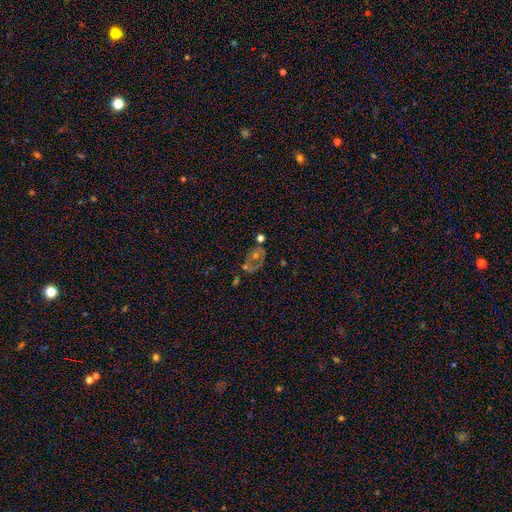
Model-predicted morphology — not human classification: A featured or disk galaxy (56%) with no bar (88%), no spiral arms (68%) and a moderate central bulge (54%).

Vote fractions:
- Smooth or featured? featured or disk: 56% / smooth: 27% / star or artifact: 17%
- Edge-on disk? no: 96% / yes: 4%
- Bar? no: 88% / weak: 9% / strong: 3%
- Spiral arms? no: 68% / yes: 32%
- Bulge size? moderate: 54% / small: 30% / none: 8% / large: 6% / dominant: 3%
- Merging? none: 50% / minor disturbance: 18% / major disturbance: 16% / merger: 16%